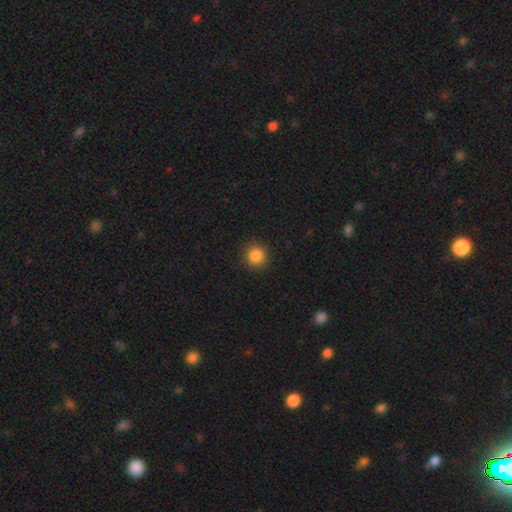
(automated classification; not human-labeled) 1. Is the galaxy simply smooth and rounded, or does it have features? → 87% smooth, 10% star or artifact, 3% featured or disk.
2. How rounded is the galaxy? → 93% round, 6% in between, 1% cigar-shaped.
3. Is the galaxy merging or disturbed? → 91% none, 6% minor disturbance, 2% major disturbance, 1% merger.